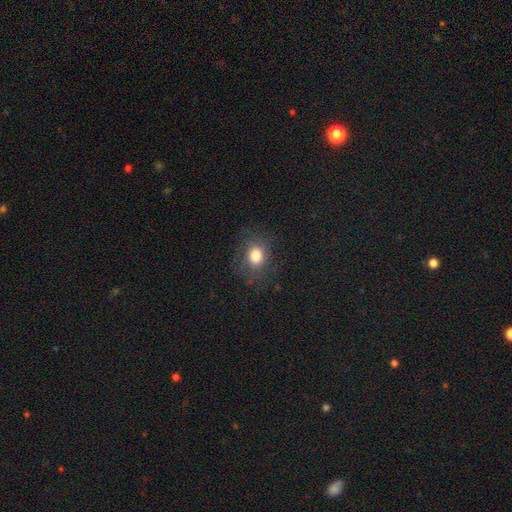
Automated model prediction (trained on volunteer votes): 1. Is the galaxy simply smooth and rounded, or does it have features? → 77% smooth, 12% featured or disk, 11% star or artifact.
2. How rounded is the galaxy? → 51% in between, 48% round, 1% cigar-shaped.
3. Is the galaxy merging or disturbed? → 73% none, 17% minor disturbance, 9% major disturbance, 1% merger.